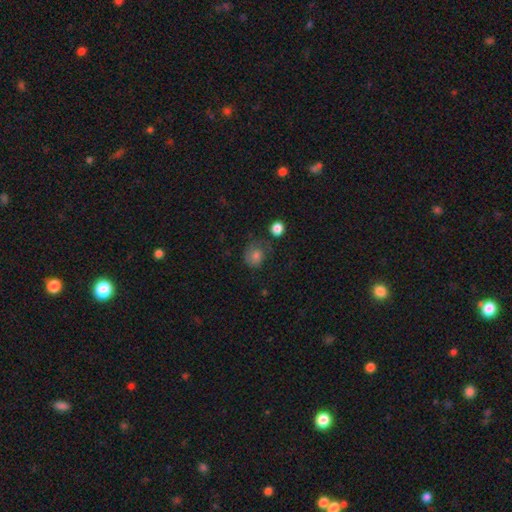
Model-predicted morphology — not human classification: Overall: smooth (71%). How rounded: round (72%). Merging: none (55%; minor disturbance 26%).